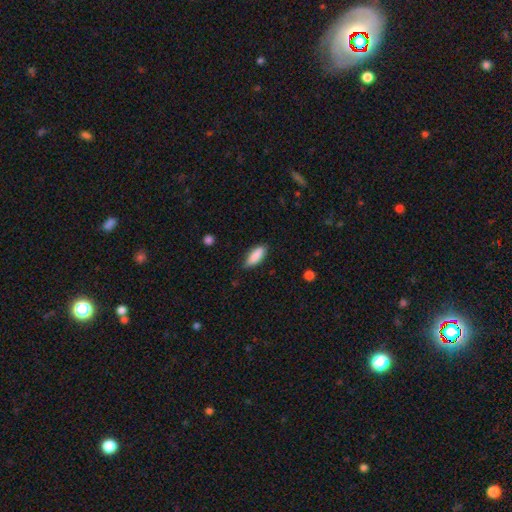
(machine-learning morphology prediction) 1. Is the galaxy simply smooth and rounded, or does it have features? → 87% smooth, 7% featured or disk, 6% star or artifact.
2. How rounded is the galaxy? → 68% in between, 30% cigar-shaped, 2% round.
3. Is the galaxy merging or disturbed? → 78% none, 17% minor disturbance, 3% major disturbance, 1% merger.